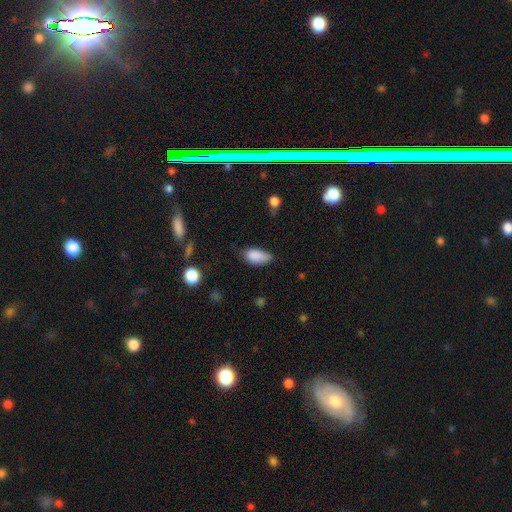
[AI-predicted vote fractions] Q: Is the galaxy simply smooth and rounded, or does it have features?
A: smooth — 86%.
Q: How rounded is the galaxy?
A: in between — 91%.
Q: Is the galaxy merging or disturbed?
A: none — 52%.